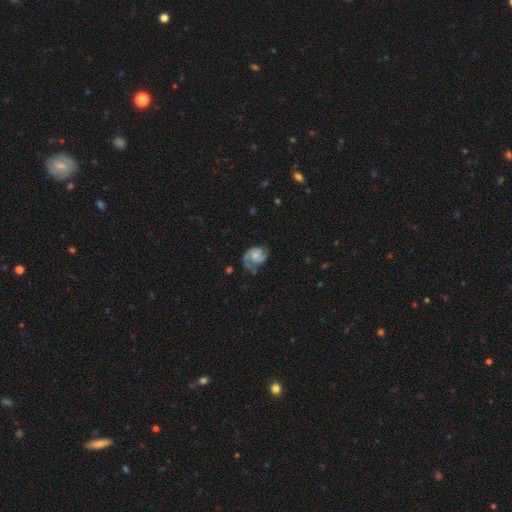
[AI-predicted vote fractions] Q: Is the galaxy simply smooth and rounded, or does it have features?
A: featured or disk — 78%.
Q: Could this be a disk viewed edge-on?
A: no — 98%.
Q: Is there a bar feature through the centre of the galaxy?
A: no — 67%.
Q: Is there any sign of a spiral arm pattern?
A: yes — 95%.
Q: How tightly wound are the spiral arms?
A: medium — 46%.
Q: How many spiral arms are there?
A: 2 — 78%.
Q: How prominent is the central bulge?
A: small — 48%.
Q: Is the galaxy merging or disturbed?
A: none — 56%.